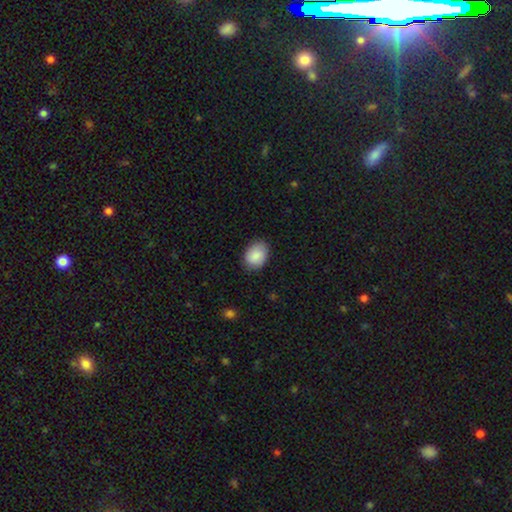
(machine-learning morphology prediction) Smooth or featured: smooth — 88% (star or artifact — 7%)
How rounded: in between — 67% (round — 32%)
Merging: none — 82% (minor disturbance — 14%)